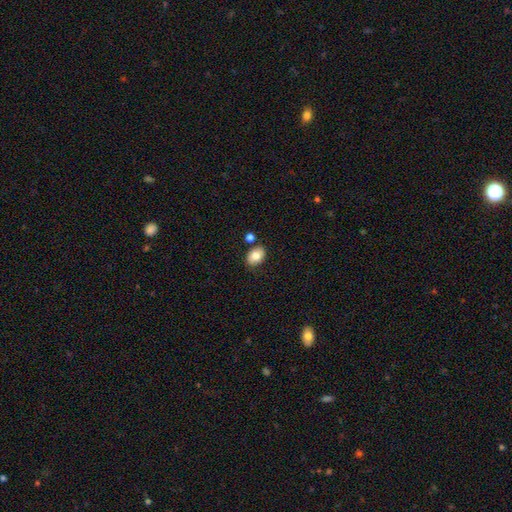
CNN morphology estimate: Overall: smooth (81%). How rounded: in between (78%). Merging: none (77%).